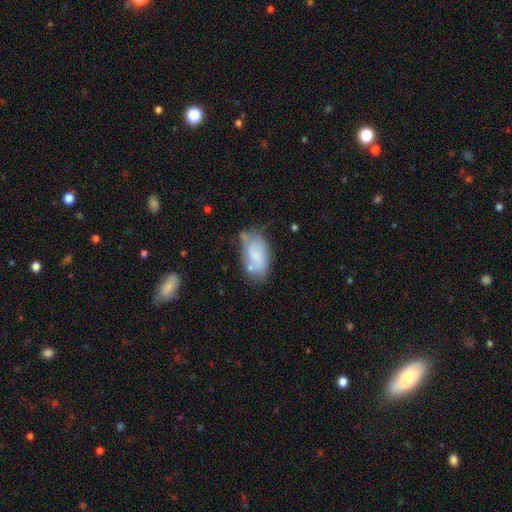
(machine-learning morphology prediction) Q: Smooth or featured?
A: smooth (65%); runner-up: featured or disk (27%)
Q: How rounded?
A: in between (93%); runner-up: round (5%)
Q: Merging?
A: none (45%); runner-up: minor disturbance (30%)